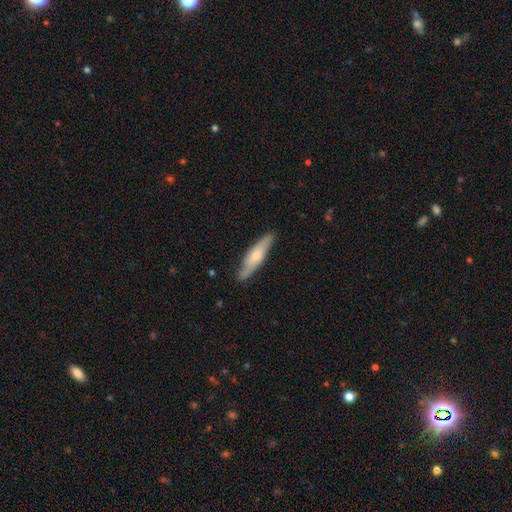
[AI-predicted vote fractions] This is possibly a smooth galaxy (56%). How rounded: likely cigar-shaped (79%). Merging: clearly none (85%).